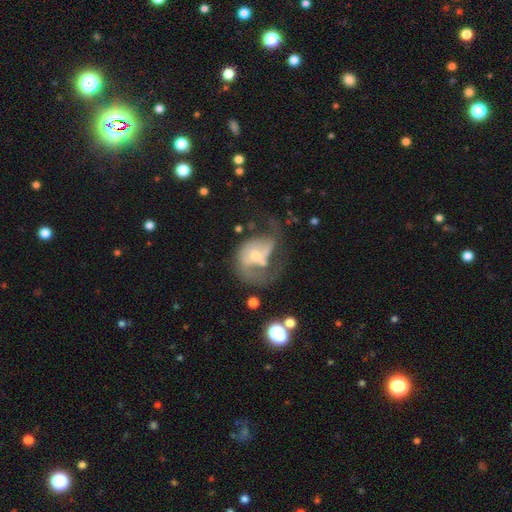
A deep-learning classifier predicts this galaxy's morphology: smooth-or-featured: featured or disk: 66% | smooth: 25% | star or artifact: 9%
  disk-edge-on: no: 97% | yes: 3%
    bar: no: 69% | weak: 26% | strong: 5%
    has-spiral-arms: yes: 66% | no: 34%
    bulge-size: small: 45% | moderate: 44% | none: 6% | large: 4% | dominant: 1%
  merging: major disturbance: 47% | none: 23% | minor disturbance: 17% | merger: 13%